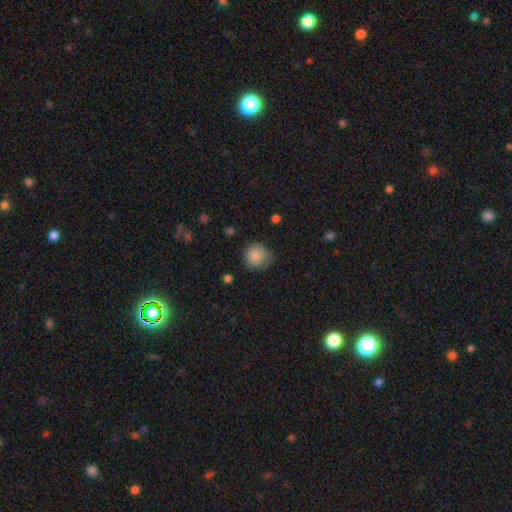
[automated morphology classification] Q: Smooth or featured?
A: smooth (85%); runner-up: star or artifact (9%)
Q: How rounded?
A: round (87%); runner-up: in between (12%)
Q: Merging?
A: none (66%); runner-up: minor disturbance (25%)